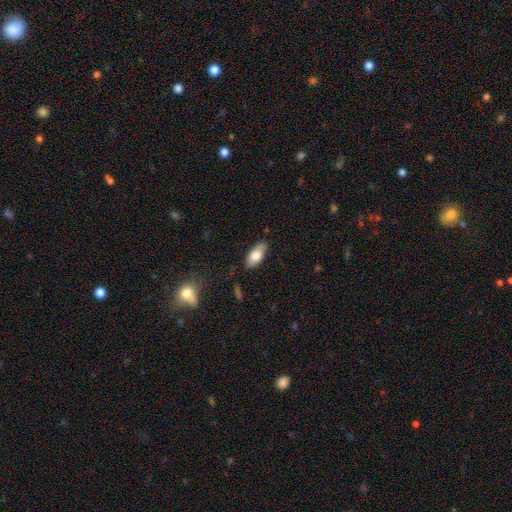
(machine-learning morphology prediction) Overall: smooth (76%). How rounded: in between (87%). Merging: none (82%).